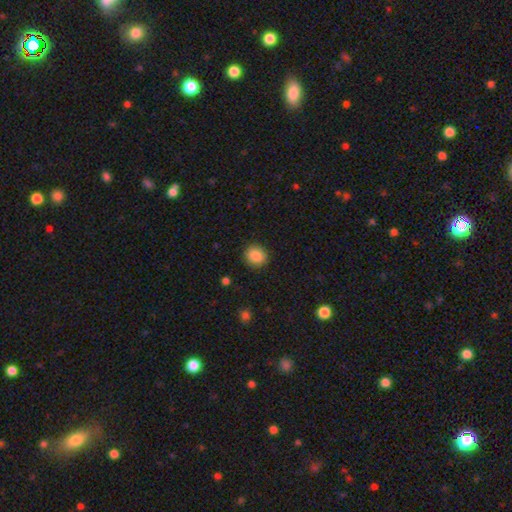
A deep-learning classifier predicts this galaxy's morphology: type=smooth (87%); roundness=round (81%); merging=none (90%).